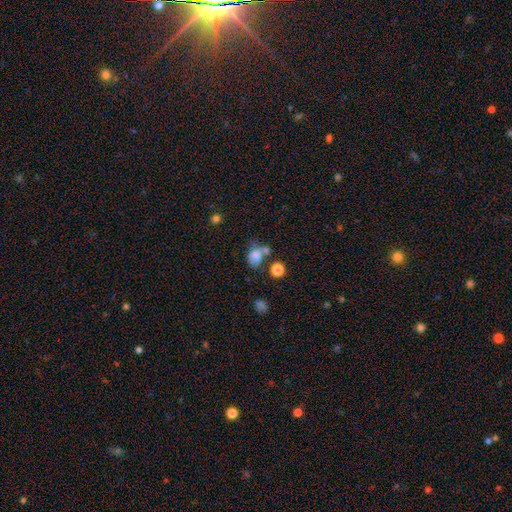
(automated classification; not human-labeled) Smooth or featured?
  - smooth: 71% *
  - featured or disk: 16%
  - star or artifact: 13%
How rounded?
  - in between: 62% *
  - round: 37%
  - cigar-shaped: 1%
Merging?
  - merger: 31% *
  - none: 30%
  - minor disturbance: 21%
  - major disturbance: 18%